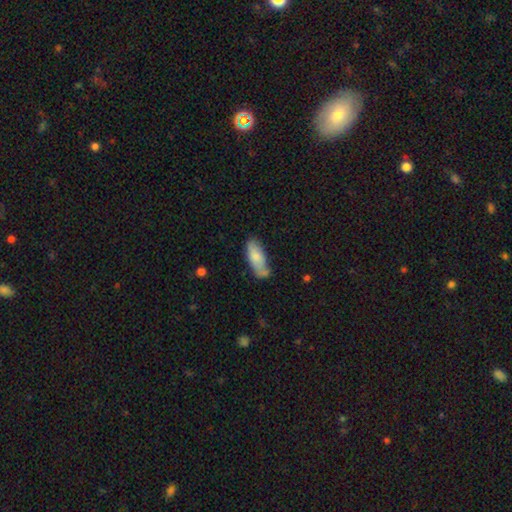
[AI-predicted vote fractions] Smooth or featured? smooth (74%)
How rounded? in between (73%)
Merging? none (59%)